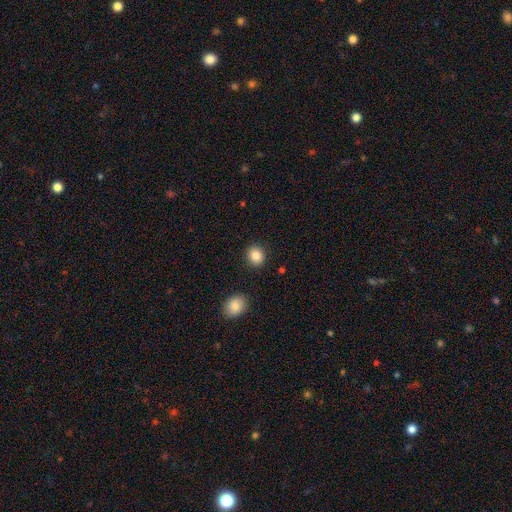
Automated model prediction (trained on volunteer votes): Smooth or featured? Predicted: smooth (p=0.86). How rounded? Predicted: round (p=0.79). Merging? Predicted: none (p=0.90).